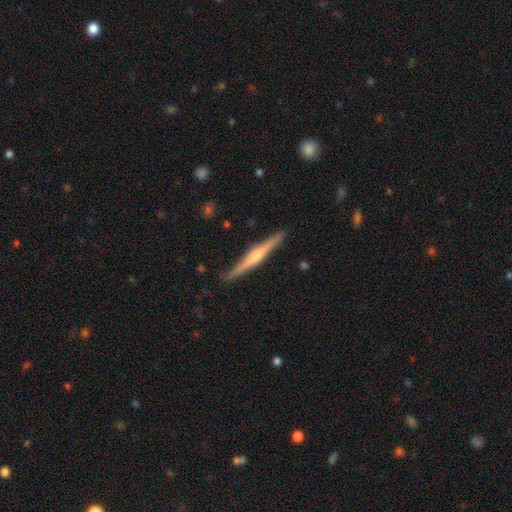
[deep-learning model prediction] Q: Smooth or featured?
A: featured or disk (71%); runner-up: smooth (24%)
Q: Edge-on disk?
A: yes (98%); runner-up: no (2%)
Q: Edge-on bulge?
A: rounded (75%); runner-up: boxy (13%)
Q: Merging?
A: none (87%); runner-up: minor disturbance (10%)